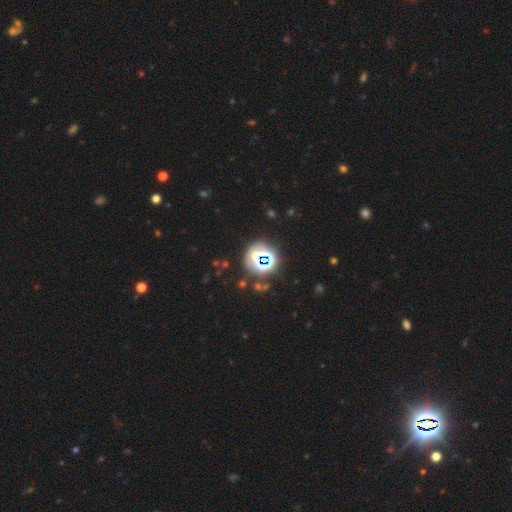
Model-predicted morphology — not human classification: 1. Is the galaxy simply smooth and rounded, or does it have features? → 61% star or artifact, 26% smooth, 13% featured or disk.